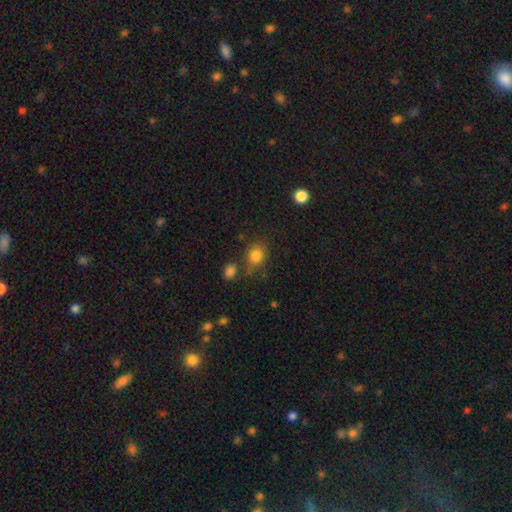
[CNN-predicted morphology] This appears to be a smooth galaxy with no disk features (82%) that is round (61%). Merging: none (71%).